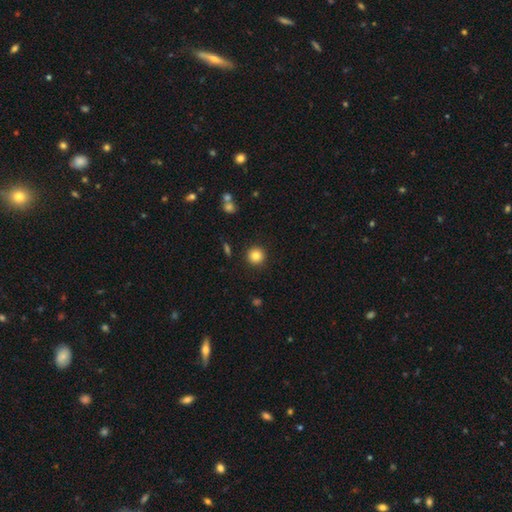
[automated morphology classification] smooth_or_featured: smooth (p=0.84) [alt: star or artifact p=0.10]
how_rounded: round (p=0.94) [alt: in between p=0.05]
merging: none (p=0.91) [alt: minor disturbance p=0.05]